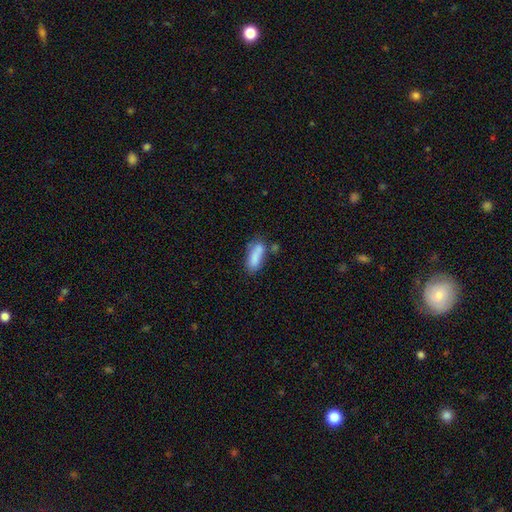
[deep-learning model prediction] Smooth or featured: smooth — 81% (featured or disk — 11%)
How rounded: in between — 64% (cigar-shaped — 34%)
Merging: none — 49% (minor disturbance — 22%)